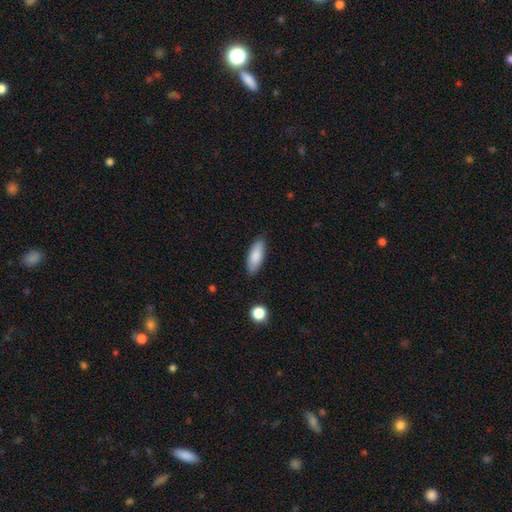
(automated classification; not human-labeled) Overall: smooth (85%). How rounded: in between (71%). Merging: none (85%).